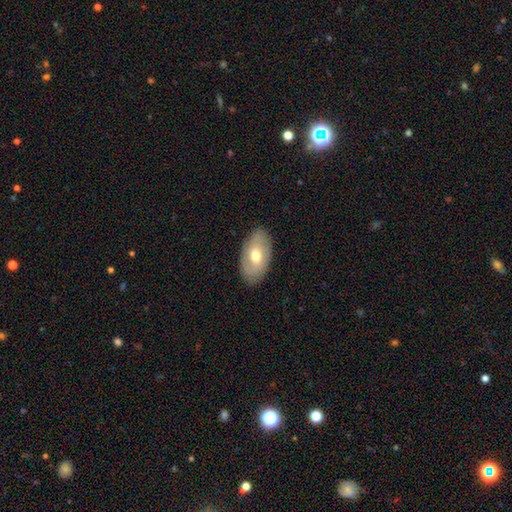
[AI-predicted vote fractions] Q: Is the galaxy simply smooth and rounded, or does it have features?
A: smooth — 50%.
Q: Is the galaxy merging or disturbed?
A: none — 83%.